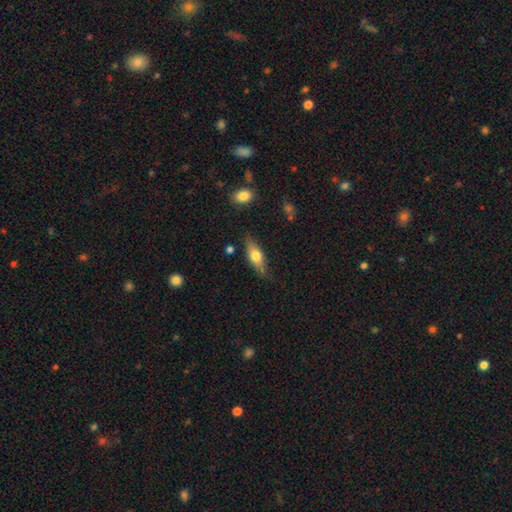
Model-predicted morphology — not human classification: smooth-or-featured: smooth: 53% | featured or disk: 40% | star or artifact: 6%
  how-rounded: in between: 58% | cigar-shaped: 39% | round: 3%
  merging: none: 79% | minor disturbance: 16% | major disturbance: 3% | merger: 2%